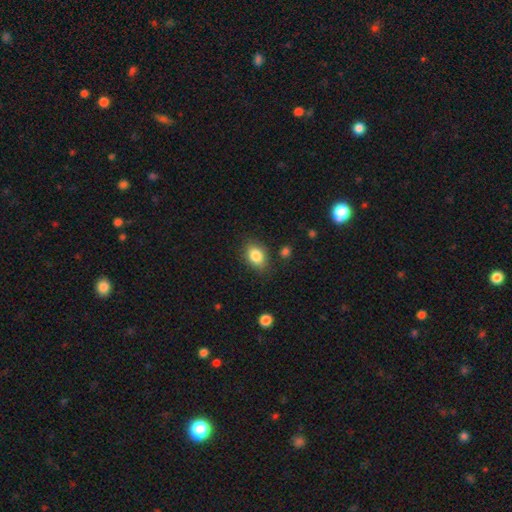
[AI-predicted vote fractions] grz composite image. It shows a smooth galaxy with no disk features (85%) that is in between round and cigar-shaped (79%). Merging: none (81%).